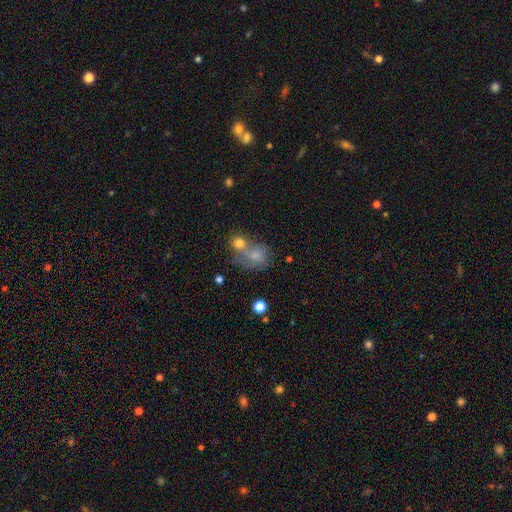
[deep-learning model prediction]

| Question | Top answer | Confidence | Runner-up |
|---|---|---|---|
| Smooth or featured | smooth | 65% | featured or disk (24%) |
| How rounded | round | 58% | in between (41%) |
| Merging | merger | 50% | none (27%) |